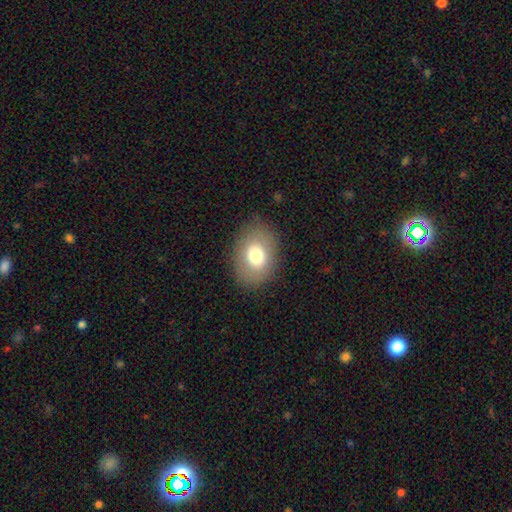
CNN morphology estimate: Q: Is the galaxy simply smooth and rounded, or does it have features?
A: smooth — 73%.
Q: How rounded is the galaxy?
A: in between — 73%.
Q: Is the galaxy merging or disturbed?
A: none — 82%.